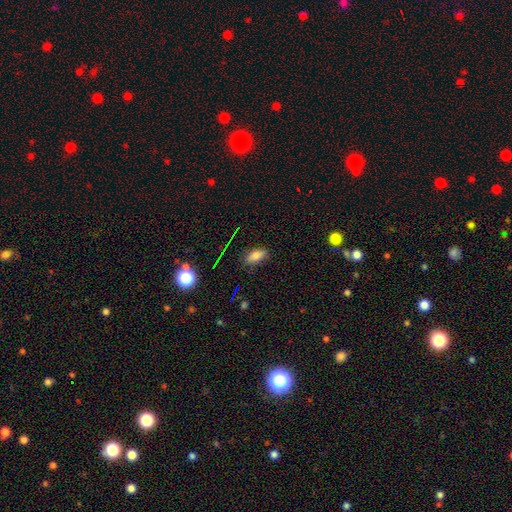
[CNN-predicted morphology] smooth 77%, star or artifact 13%, featured or disk 9%. Down the decision tree: how rounded — in between (86%); merging — none (82%).